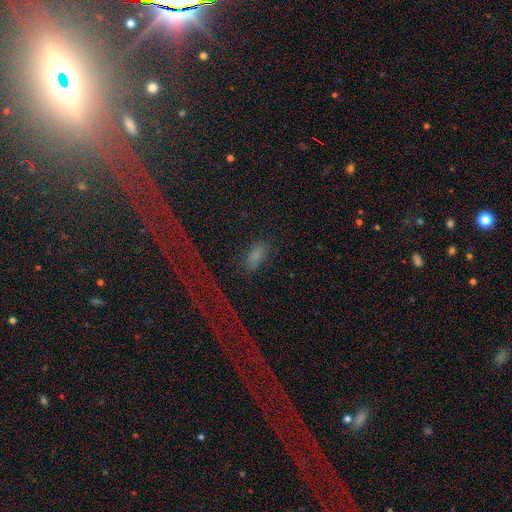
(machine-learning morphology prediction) This appears to be a smooth galaxy with no disk features (64%) that is in between round and cigar-shaped (86%). Merging: none (74%).